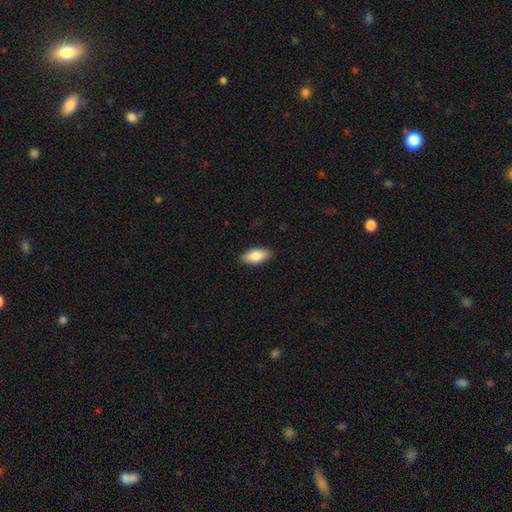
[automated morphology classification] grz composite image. It shows a smooth galaxy with no disk features (84%) that is in between round and cigar-shaped (90%). Merging: none (89%).